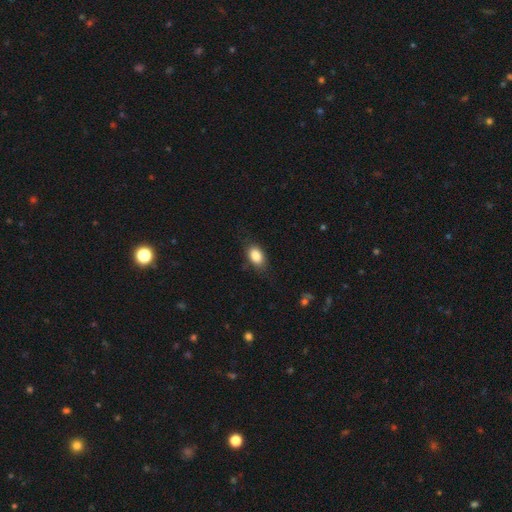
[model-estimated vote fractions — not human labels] Smooth or featured: smooth — 86% (star or artifact — 8%)
How rounded: in between — 87% (round — 11%)
Merging: none — 78% (minor disturbance — 17%)